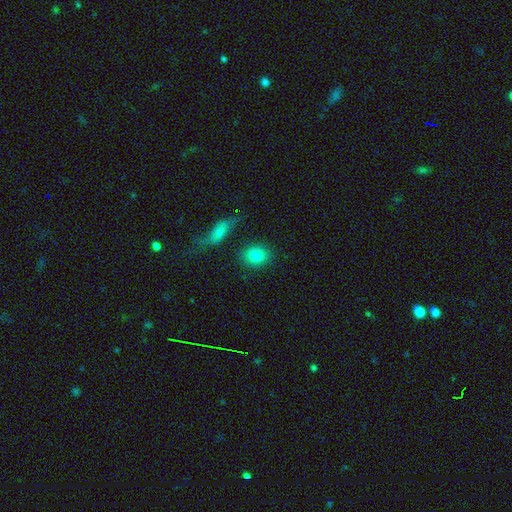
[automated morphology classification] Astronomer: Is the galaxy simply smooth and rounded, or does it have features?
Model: smooth — 82%.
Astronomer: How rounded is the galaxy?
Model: round — 57% (runner-up: in between, 41%).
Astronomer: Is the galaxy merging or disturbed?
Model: none — 78%.